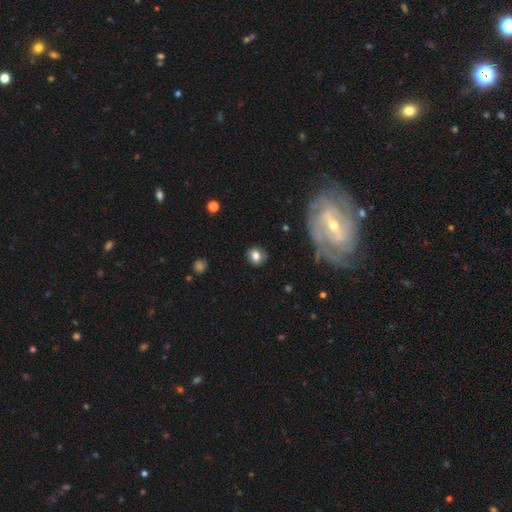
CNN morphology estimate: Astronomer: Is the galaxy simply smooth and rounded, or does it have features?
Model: smooth — 78%.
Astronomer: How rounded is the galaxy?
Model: round — 79%.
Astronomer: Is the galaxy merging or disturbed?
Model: none — 83%.